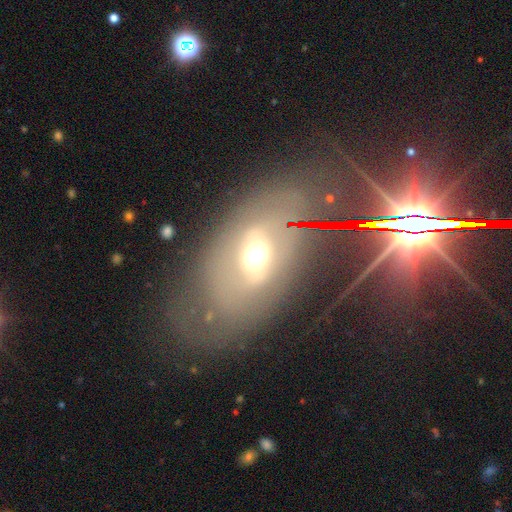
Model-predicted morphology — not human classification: A featured or disk galaxy (52%). Merging: none (62%).